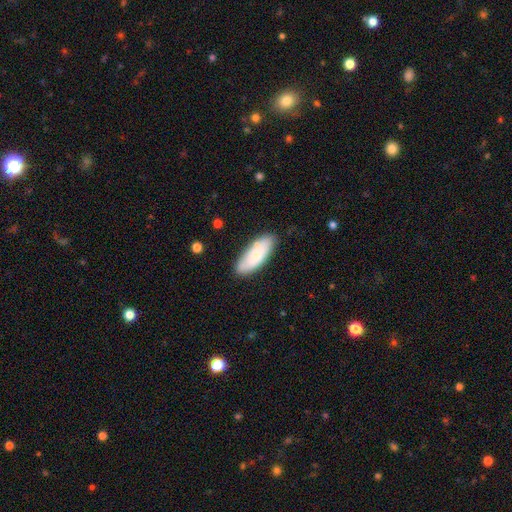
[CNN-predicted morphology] smooth 71%, featured or disk 23%, star or artifact 6%. Down the decision tree: how rounded — in between (73%); merging — none (78%).